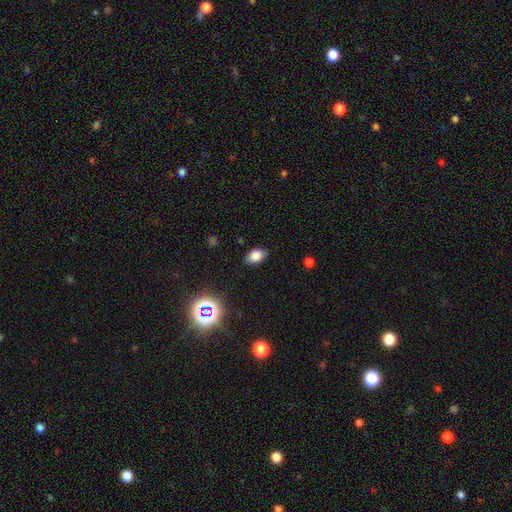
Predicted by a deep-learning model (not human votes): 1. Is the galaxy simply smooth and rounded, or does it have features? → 79% smooth, 12% star or artifact, 9% featured or disk.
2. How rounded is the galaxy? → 88% in between, 11% round, 2% cigar-shaped.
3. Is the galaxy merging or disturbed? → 83% none, 13% minor disturbance, 3% major disturbance, 1% merger.